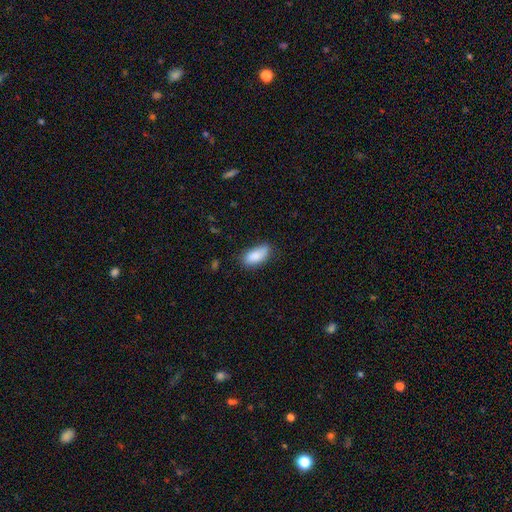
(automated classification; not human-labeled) Smooth or featured?
  - smooth: 86% *
  - featured or disk: 7%
  - star or artifact: 7%
How rounded?
  - in between: 87% *
  - cigar-shaped: 11%
  - round: 2%
Merging?
  - none: 71% *
  - minor disturbance: 23%
  - major disturbance: 4%
  - merger: 2%